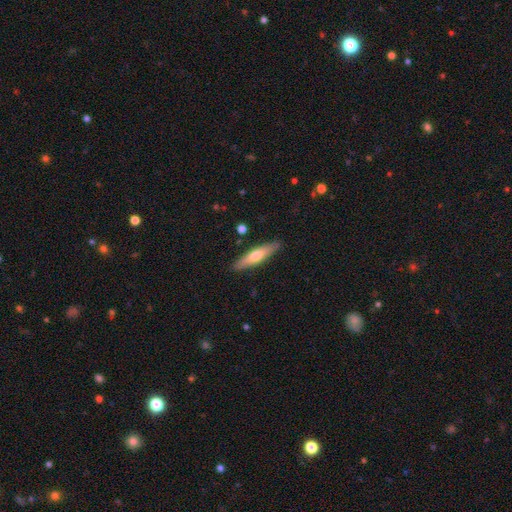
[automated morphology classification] This is possibly a smooth galaxy (56%). How rounded: likely cigar-shaped (78%). Merging: clearly none (88%).